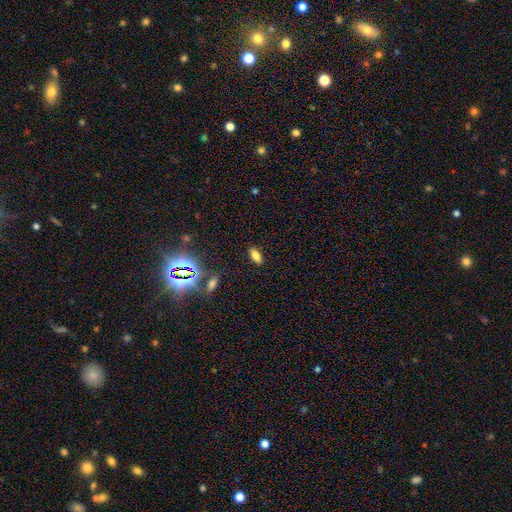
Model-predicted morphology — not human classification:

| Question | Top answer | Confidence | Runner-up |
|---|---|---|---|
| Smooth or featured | smooth | 75% | star or artifact (16%) |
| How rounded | in between | 84% | cigar-shaped (12%) |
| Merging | none | 87% | minor disturbance (8%) |